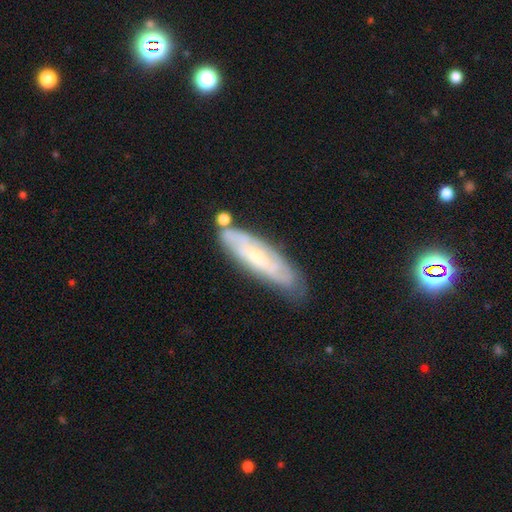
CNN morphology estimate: This appears to be a featured or disk galaxy (58%). Merging: none (66%).